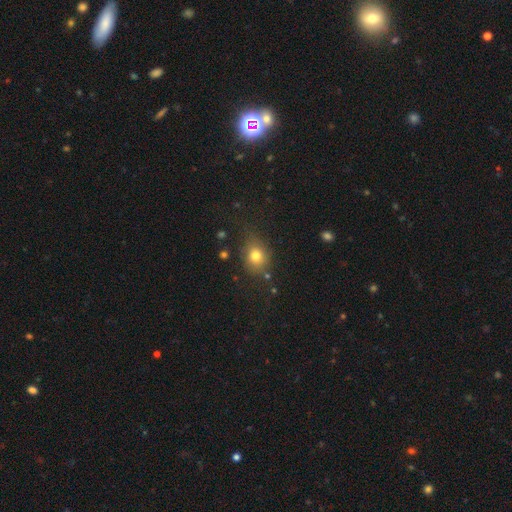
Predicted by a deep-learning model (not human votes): smooth 76%, star or artifact 14%, featured or disk 10%. Down the decision tree: how rounded — round (58%); merging — none (72%).